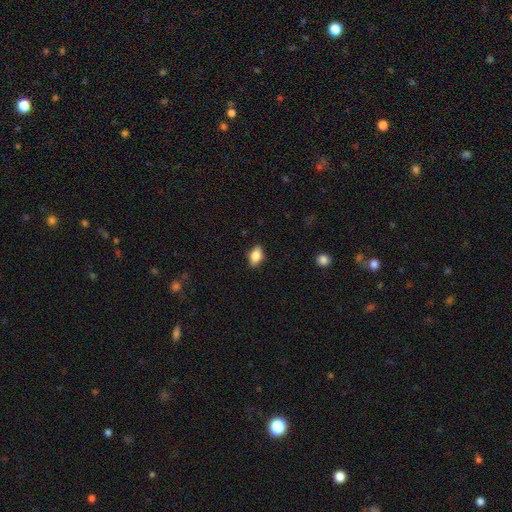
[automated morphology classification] A smooth galaxy with no disk features (76%) that is in between round and cigar-shaped (85%).

Vote fractions:
- Smooth or featured? smooth: 76% / featured or disk: 16% / star or artifact: 8%
- How rounded? in between: 85% / round: 8% / cigar-shaped: 7%
- Merging? none: 84% / minor disturbance: 12% / major disturbance: 2% / merger: 1%